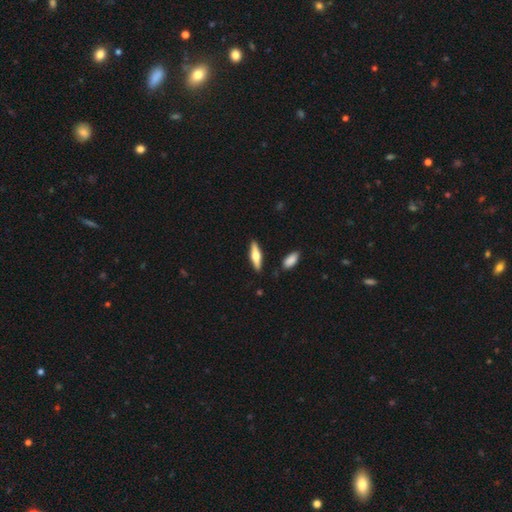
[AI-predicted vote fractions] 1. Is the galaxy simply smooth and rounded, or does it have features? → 49% featured or disk, 46% smooth, 5% star or artifact.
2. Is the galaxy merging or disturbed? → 87% none, 8% minor disturbance, 3% merger, 2% major disturbance.